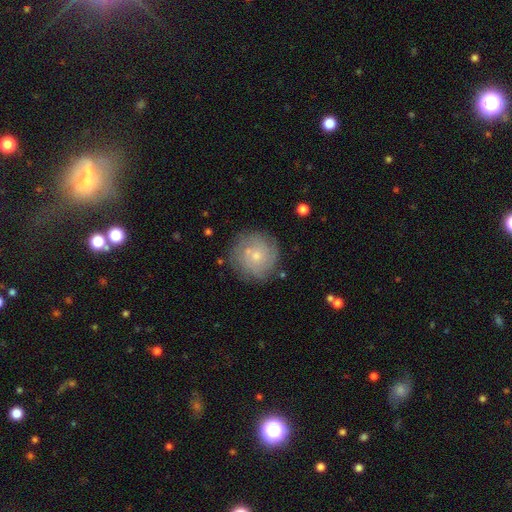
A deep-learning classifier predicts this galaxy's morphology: The model was most divided on "smooth or featured": featured or disk: 54%, smooth: 38%, star or artifact: 8%. More confident: edge-on disk — no (97%); bar — no (84%); spiral arms — yes (79%); merging — none (76%); bulge size — small (64%).